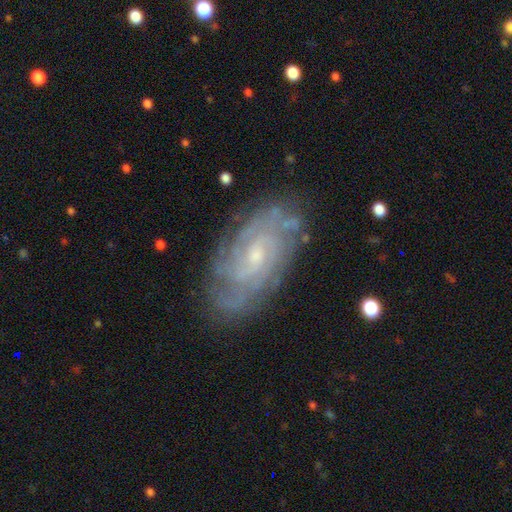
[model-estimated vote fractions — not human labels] smooth_or_featured: featured or disk (p=0.85) [alt: smooth p=0.09]
disk_edge_on: no (p=0.95) [alt: yes p=0.05]
bar: no (p=0.59) [alt: weak p=0.35]
has_spiral_arms: yes (p=0.96) [alt: no p=0.04]
spiral_winding: tight (p=0.71) [alt: medium p=0.24]
spiral_arm_count: can't tell (p=0.37) [alt: 4 p=0.18]
bulge_size: small (p=0.67) [alt: moderate p=0.27]
merging: none (p=0.80) [alt: minor disturbance p=0.14]